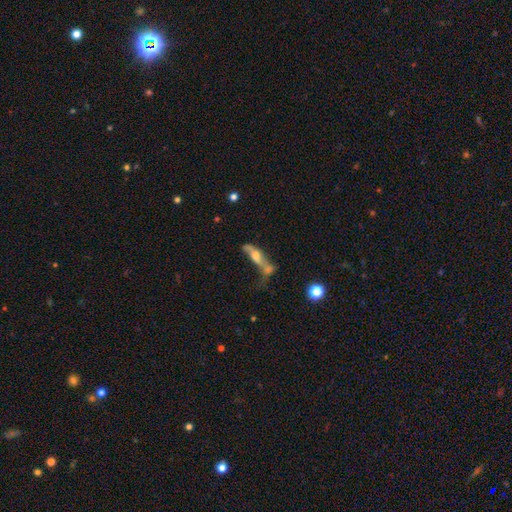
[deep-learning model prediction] featured or disk 55%, smooth 35%, star or artifact 10%. Down the decision tree: edge-on disk — no (52%); merging — merger (38%).